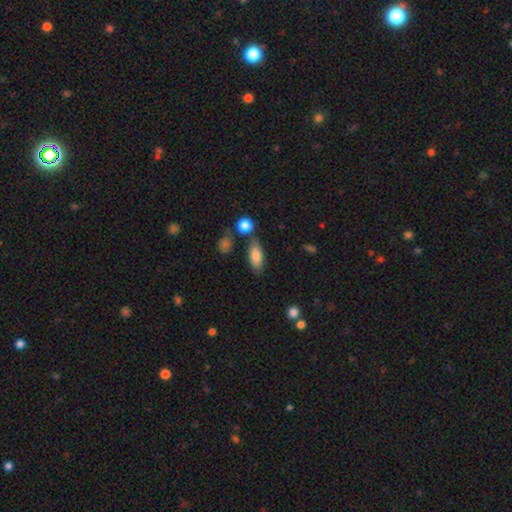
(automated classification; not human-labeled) This appears to be a smooth galaxy with no disk features (82%) that is in between round and cigar-shaped (82%). Merging: none (72%).